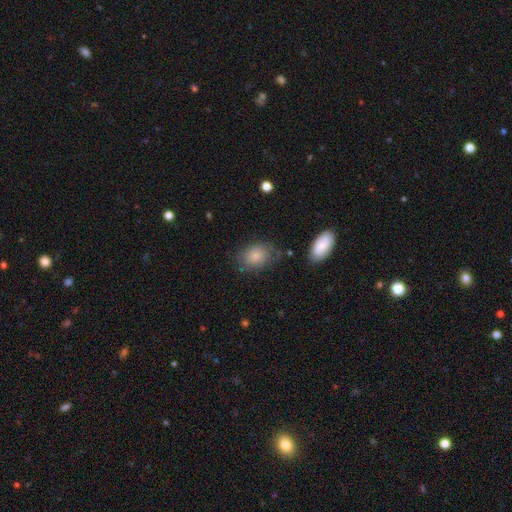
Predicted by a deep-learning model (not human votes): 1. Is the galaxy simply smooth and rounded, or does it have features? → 75% smooth, 17% featured or disk, 8% star or artifact.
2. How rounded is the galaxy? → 72% in between, 27% round, 1% cigar-shaped.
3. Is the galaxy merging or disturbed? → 61% none, 24% minor disturbance, 11% major disturbance, 4% merger.